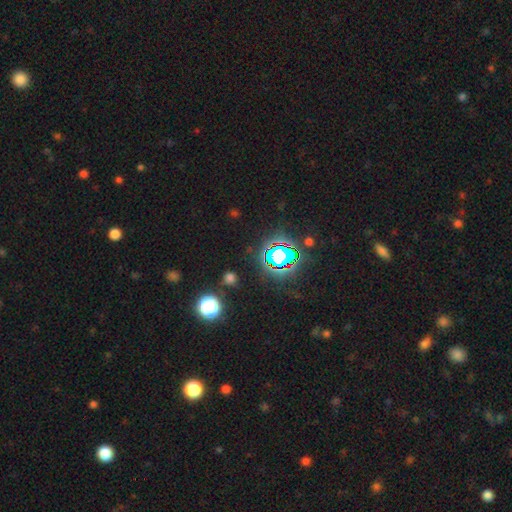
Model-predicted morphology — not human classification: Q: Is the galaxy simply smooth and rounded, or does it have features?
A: star or artifact — 82%.